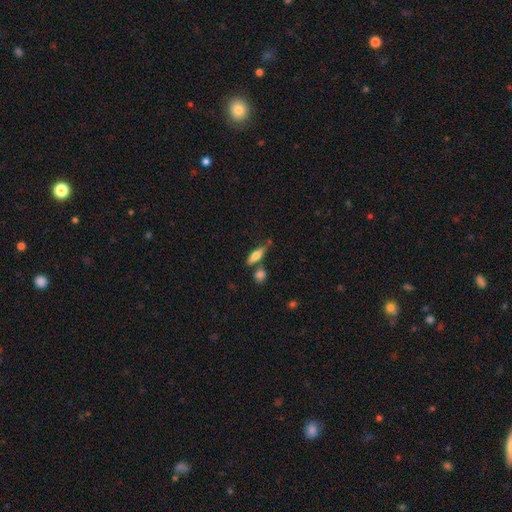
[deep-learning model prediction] smooth 54%, featured or disk 38%, star or artifact 7%. Down the decision tree: how rounded — cigar-shaped (57%); merging — none (65%).